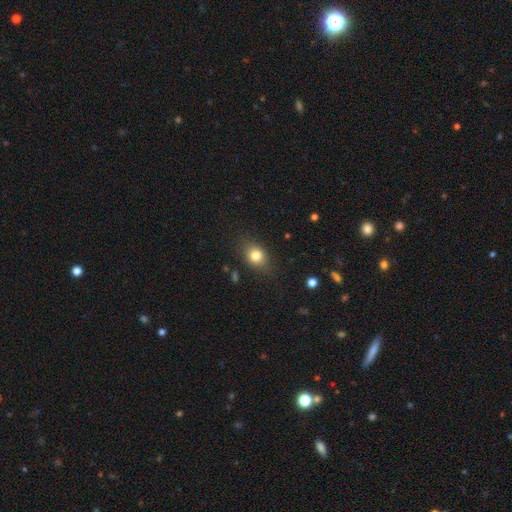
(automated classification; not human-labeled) A smooth galaxy with no disk features (80%) that is in between round and cigar-shaped (57%). Merging: none (79%).